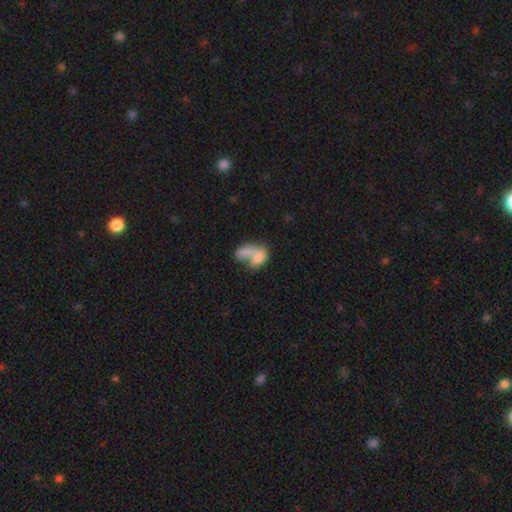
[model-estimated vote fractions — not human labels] This is likely a smooth galaxy (67%). How rounded: clearly in between (81%). Merging: likely merger (61%).